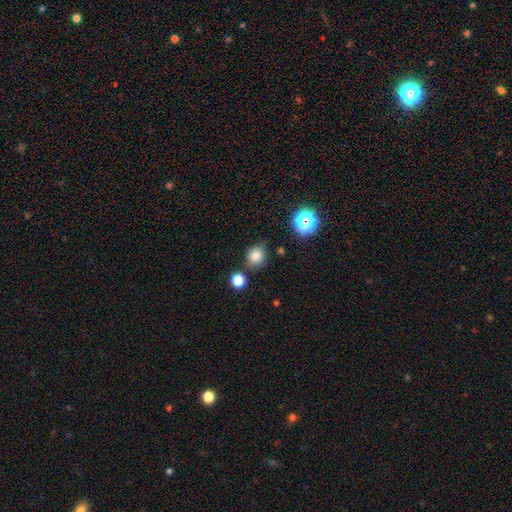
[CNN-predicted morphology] smooth-or-featured: smooth: 81% | star or artifact: 13% | featured or disk: 6%
  how-rounded: round: 81% | in between: 18% | cigar-shaped: 1%
  merging: none: 73% | minor disturbance: 16% | merger: 7% | major disturbance: 4%